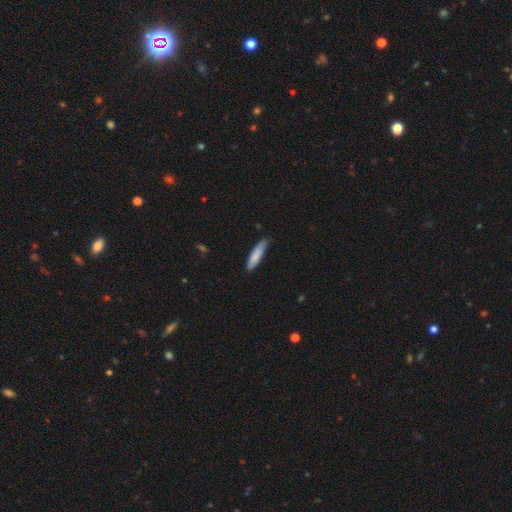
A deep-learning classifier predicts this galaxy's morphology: Smooth or featured? smooth (83%)
How rounded? cigar-shaped (79%)
Merging? none (78%)